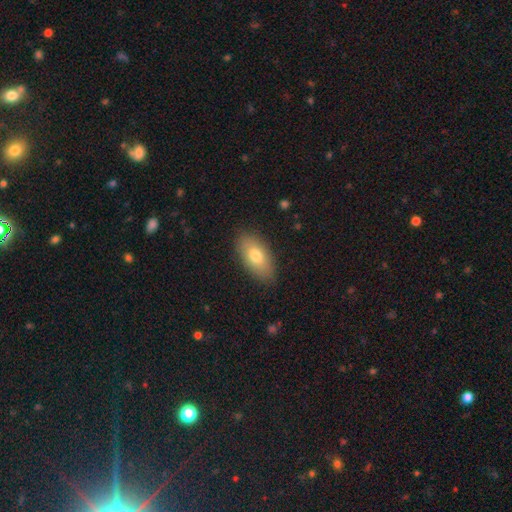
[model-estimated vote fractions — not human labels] smooth-or-featured: smooth: 76% | featured or disk: 18% | star or artifact: 7%
  how-rounded: in between: 91% | cigar-shaped: 5% | round: 4%
  merging: none: 85% | minor disturbance: 11% | major disturbance: 3% | merger: 1%